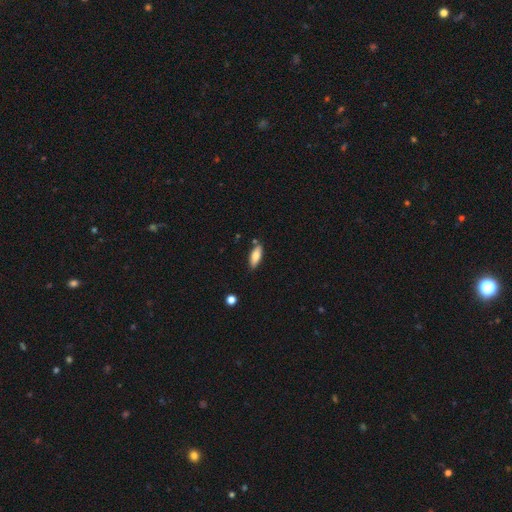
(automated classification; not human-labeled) Overall: smooth (79%). How rounded: in between (70%). Merging: none (80%).